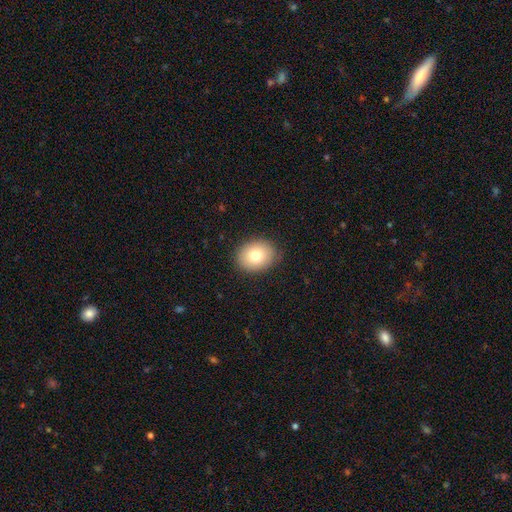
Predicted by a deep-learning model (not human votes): Smooth or featured? smooth (78%)
How rounded? round (52%)
Merging? none (88%)